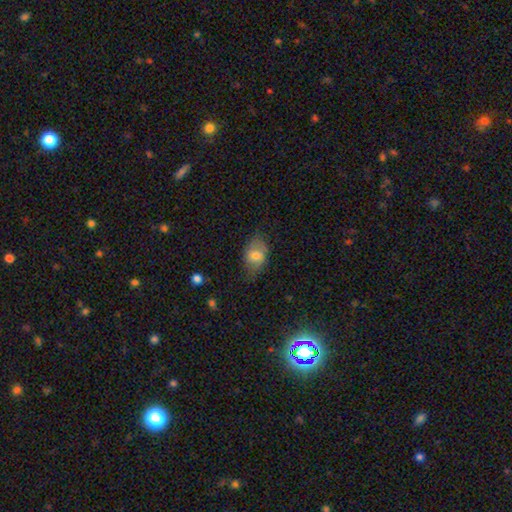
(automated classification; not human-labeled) Smooth or featured? Predicted: smooth (p=0.71). How rounded? Predicted: in between (p=0.80). Merging? Predicted: none (p=0.62).